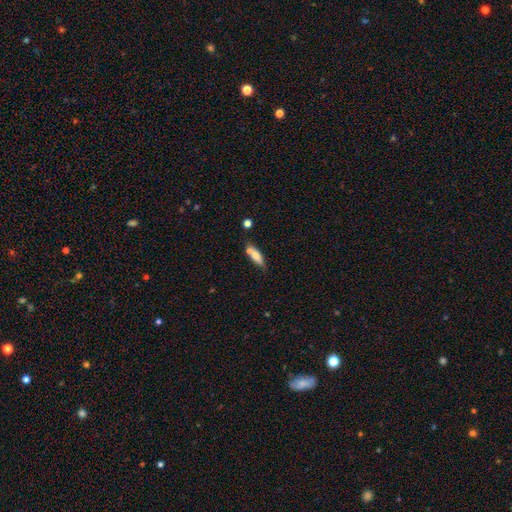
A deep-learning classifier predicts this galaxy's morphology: Smooth or featured: smooth — 68% (featured or disk — 25%)
How rounded: in between — 52% (cigar-shaped — 45%)
Merging: none — 58% (merger — 20%)